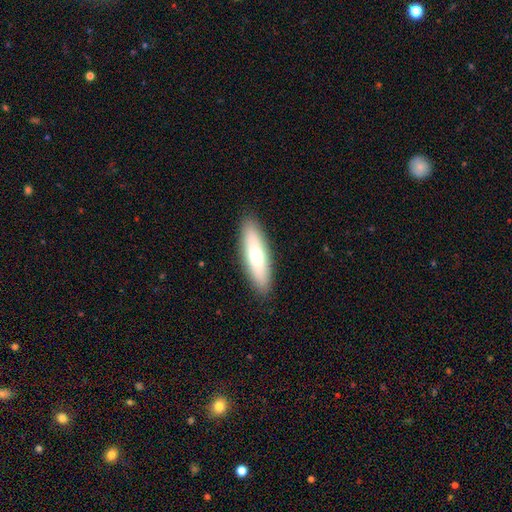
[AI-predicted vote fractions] A smooth galaxy with no disk features (66%) that is cigar-shaped (63%).

Vote fractions:
- Smooth or featured? smooth: 66% / featured or disk: 28% / star or artifact: 6%
- How rounded? cigar-shaped: 63% / in between: 35% / round: 2%
- Merging? none: 90% / minor disturbance: 7% / major disturbance: 2% / merger: 1%